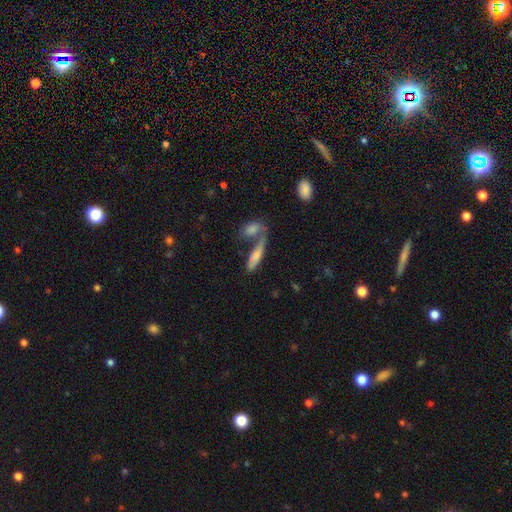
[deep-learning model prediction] smooth-or-featured: smooth: 70% | featured or disk: 22% | star or artifact: 8%
  how-rounded: cigar-shaped: 64% | in between: 33% | round: 3%
  merging: none: 40% (tied) | merger: 40% (tied) | minor disturbance: 13% | major disturbance: 7%